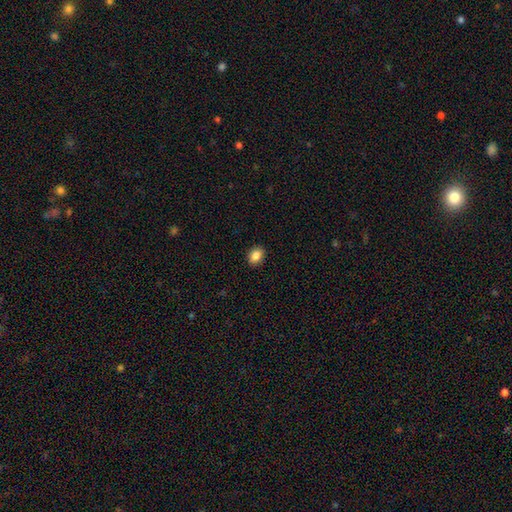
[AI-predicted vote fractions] The model was most divided on "how rounded": in between: 63%, round: 36%, cigar-shaped: 1%. More confident: merging — none (91%); smooth or featured — smooth (87%).